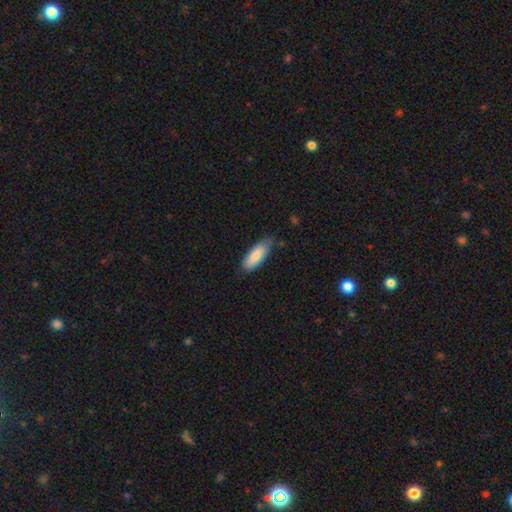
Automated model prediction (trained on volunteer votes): Smooth or featured? Predicted: smooth (p=0.84). How rounded? Predicted: in between (p=0.74). Merging? Predicted: none (p=0.68).